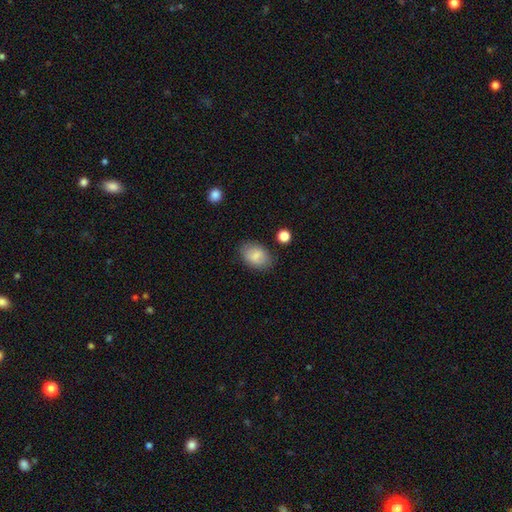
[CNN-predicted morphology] A smooth galaxy with no disk features (80%) that is in between round and cigar-shaped (87%). Merging: none (80%).